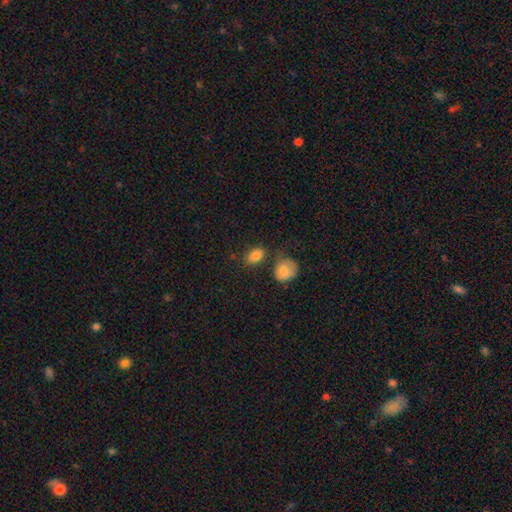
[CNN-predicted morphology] A smooth galaxy with no disk features (84%) that is in between round and cigar-shaped (86%). Merging: none (71%).